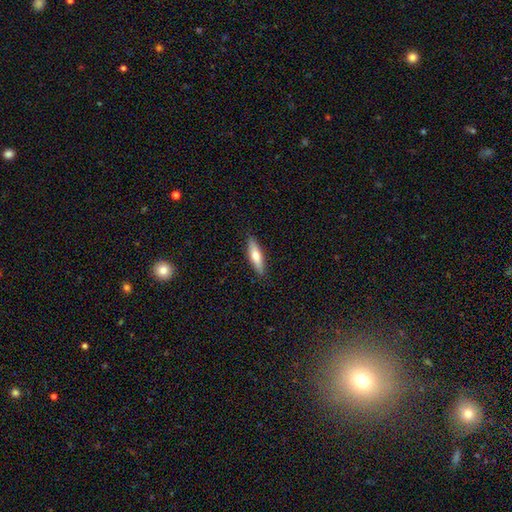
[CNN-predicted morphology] A smooth galaxy with no disk features (61%) that is cigar-shaped (68%).

Vote fractions:
- Smooth or featured? smooth: 61% / featured or disk: 33% / star or artifact: 6%
- How rounded? cigar-shaped: 68% / in between: 30% / round: 2%
- Merging? none: 89% / minor disturbance: 8% / major disturbance: 2% / merger: 1%